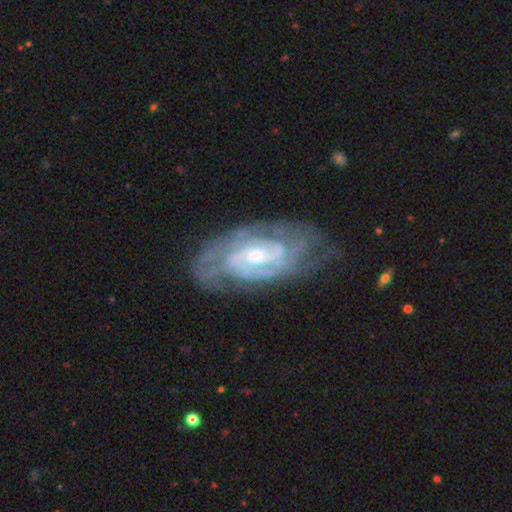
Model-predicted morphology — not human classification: A featured or disk galaxy (87%) with no bar (51%), 2 (38%) tight (63%) spiral arms (94%) and a moderate central bulge (47%). Merging: none (67%).